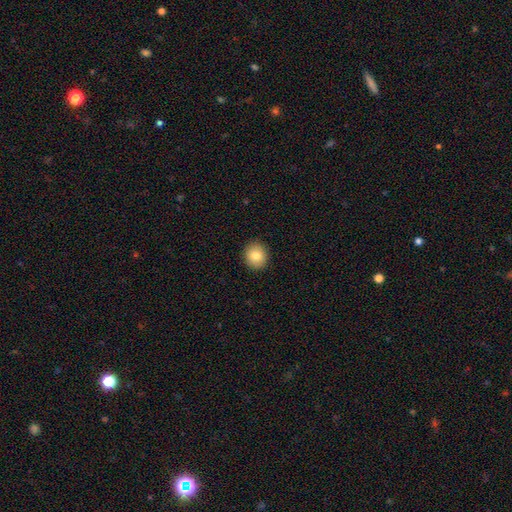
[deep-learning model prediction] Smooth or featured? Predicted: smooth (p=0.82). How rounded? Predicted: round (p=0.81). Merging? Predicted: none (p=0.92).